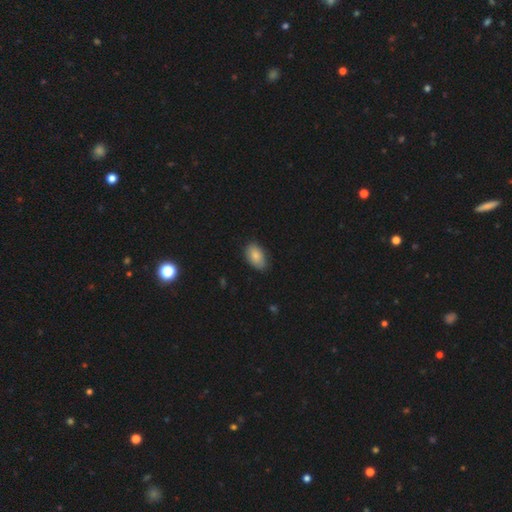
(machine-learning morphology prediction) Q: Smooth or featured?
A: smooth (83%); runner-up: featured or disk (10%)
Q: How rounded?
A: in between (92%); runner-up: round (6%)
Q: Merging?
A: none (79%); runner-up: minor disturbance (18%)